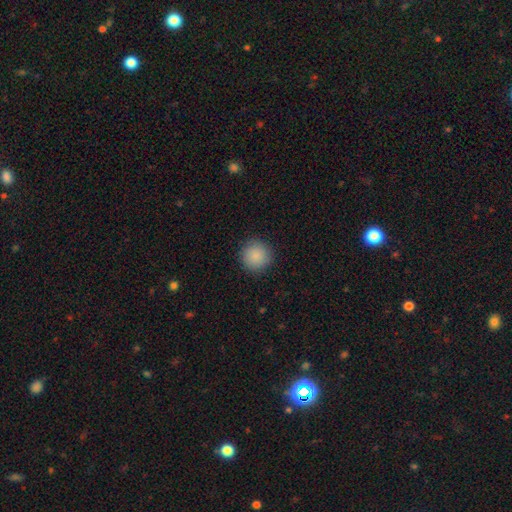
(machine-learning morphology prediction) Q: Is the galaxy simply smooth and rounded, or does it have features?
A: smooth — 88%.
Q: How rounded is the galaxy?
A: round — 95%.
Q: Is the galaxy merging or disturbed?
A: none — 91%.